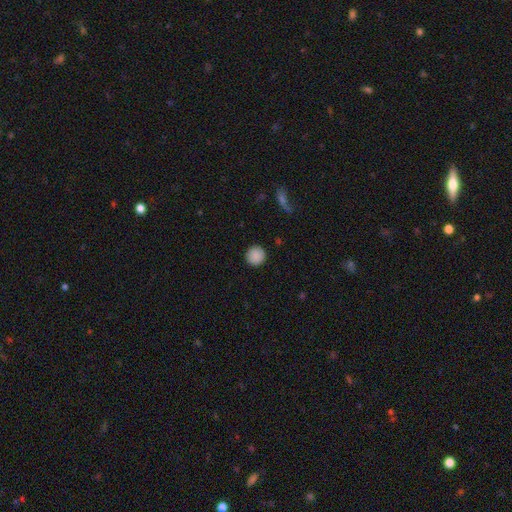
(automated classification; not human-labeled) Smooth or featured? smooth (89%)
How rounded? round (94%)
Merging? none (91%)